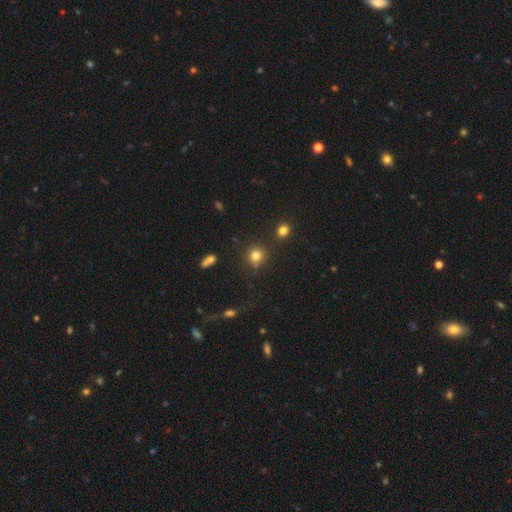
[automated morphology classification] smooth 77%, star or artifact 16%, featured or disk 7%. Down the decision tree: how rounded — round (89%); merging — none (76%).